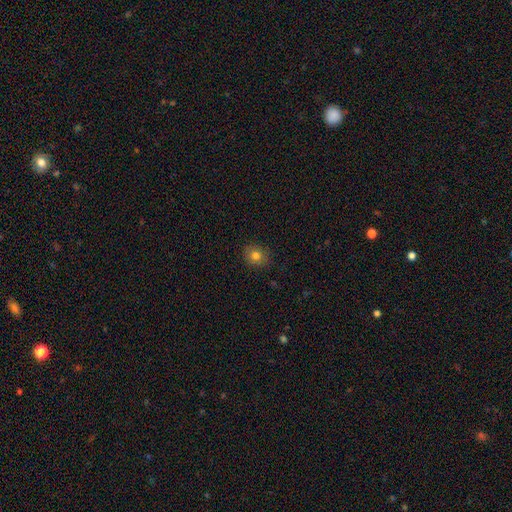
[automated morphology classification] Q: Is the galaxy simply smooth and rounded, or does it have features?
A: smooth — 78%.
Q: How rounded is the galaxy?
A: round — 72%.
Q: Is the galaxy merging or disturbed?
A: none — 87%.